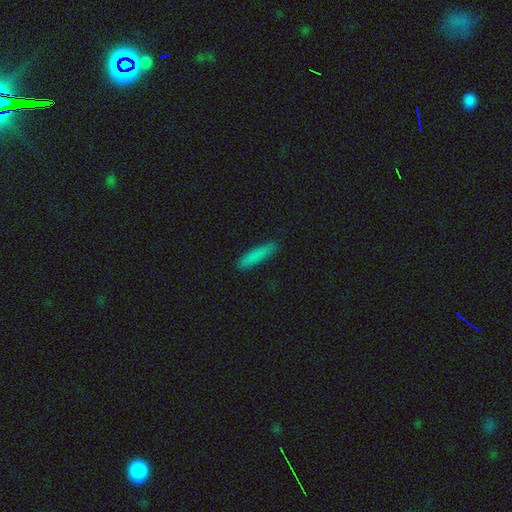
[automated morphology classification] Smooth or featured?
  - smooth: 82% *
  - featured or disk: 10%
  - star or artifact: 8%
How rounded?
  - cigar-shaped: 84% *
  - in between: 14%
  - round: 2%
Merging?
  - none: 88% *
  - minor disturbance: 9%
  - major disturbance: 2%
  - merger: 1%